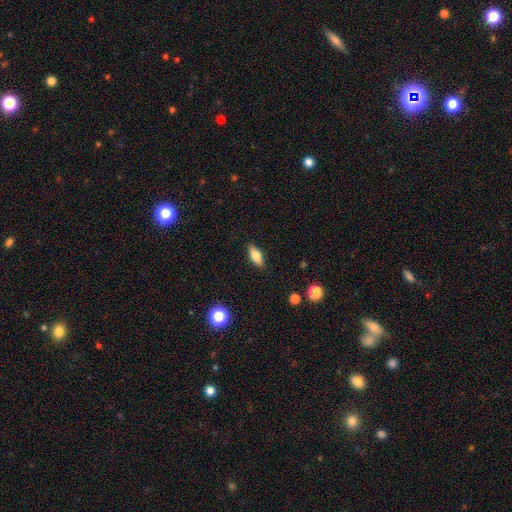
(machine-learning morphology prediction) Q: Smooth or featured?
A: smooth (72%); runner-up: featured or disk (21%)
Q: How rounded?
A: in between (79%); runner-up: cigar-shaped (17%)
Q: Merging?
A: none (87%); runner-up: minor disturbance (10%)